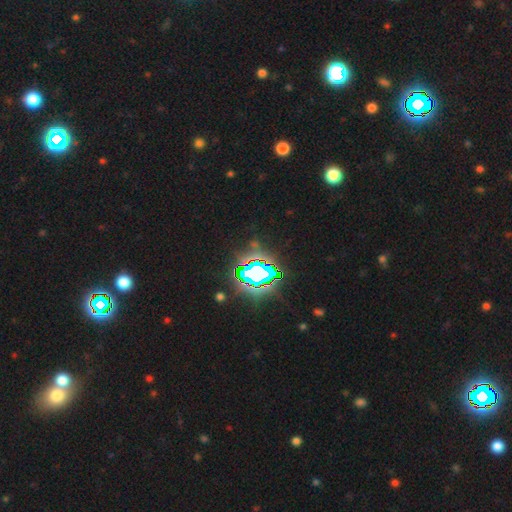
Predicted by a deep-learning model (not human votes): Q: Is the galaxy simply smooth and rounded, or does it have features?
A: star or artifact — 82%.